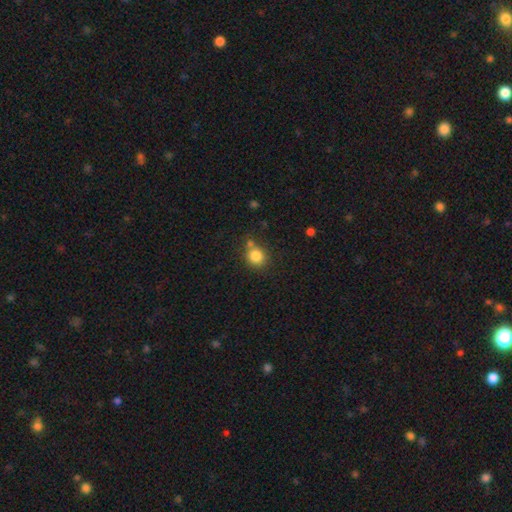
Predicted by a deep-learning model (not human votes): Morphology: type=smooth (82%); roundness=round (79%); merging=none (64%).